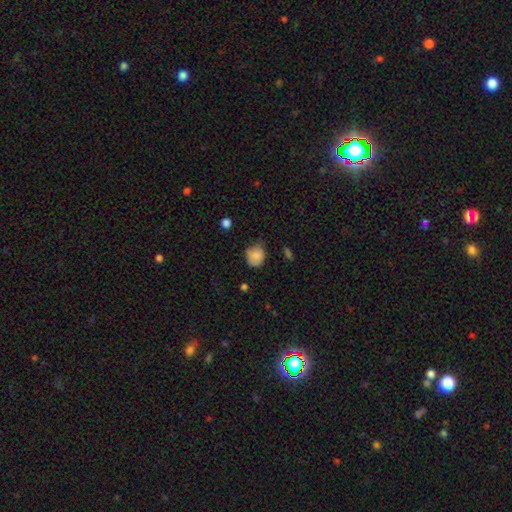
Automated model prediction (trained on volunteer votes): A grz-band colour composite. It shows a smooth galaxy with no disk features (82%) that is round (61%). Merging: none (53%).